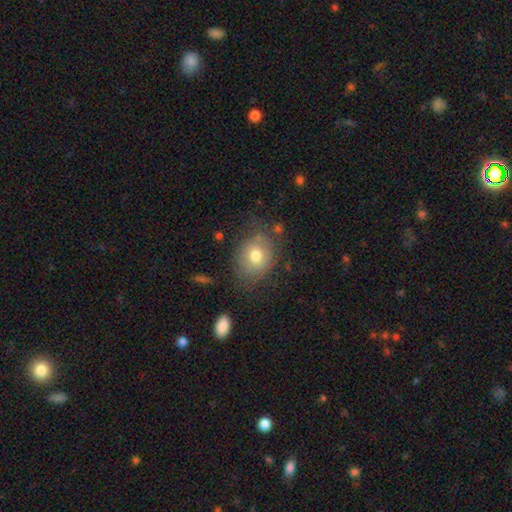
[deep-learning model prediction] smooth-or-featured: smooth: 70% | featured or disk: 21% | star or artifact: 10%
  how-rounded: round: 52% | in between: 47% | cigar-shaped: 1%
  merging: none: 65% | minor disturbance: 22% | major disturbance: 10% | merger: 3%